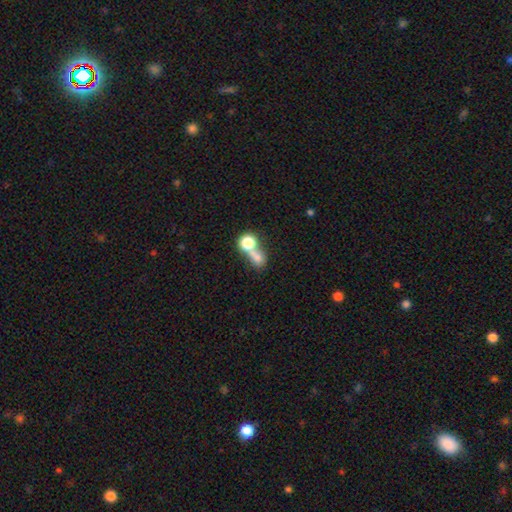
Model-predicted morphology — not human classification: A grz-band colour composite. It shows a smooth galaxy with no disk features (70%) that is round (60%). Merging: merger (58%).